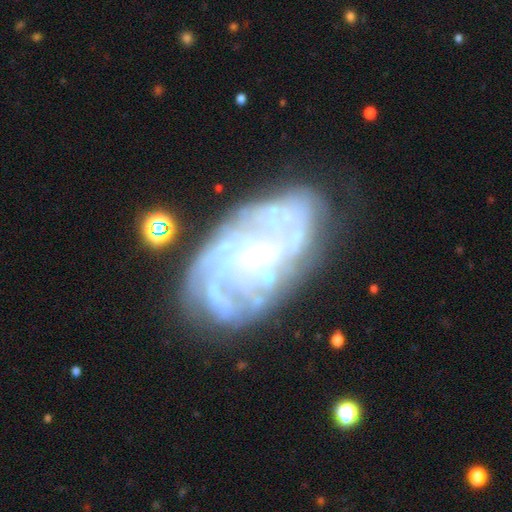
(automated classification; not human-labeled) Morphology: type=featured or disk (79%); edge-on=no (96%); bar=no (62%); spiral arms=yes (73%); winding=tight (48%); arm count=can't tell (52%); bulge=small (52%); merging=none (61%).